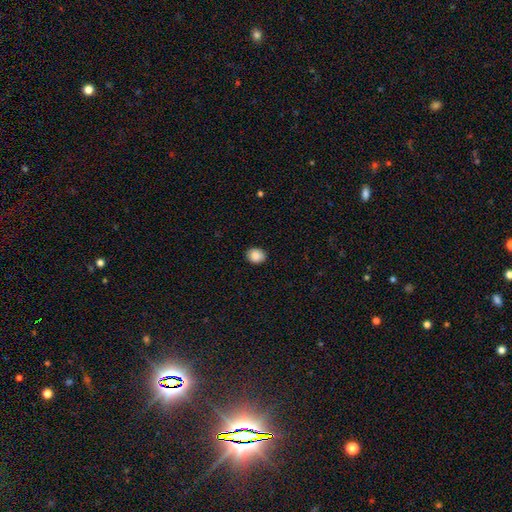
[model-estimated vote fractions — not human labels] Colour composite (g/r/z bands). It shows a smooth galaxy with no disk features (88%) that is round (54%). Merging: none (89%).